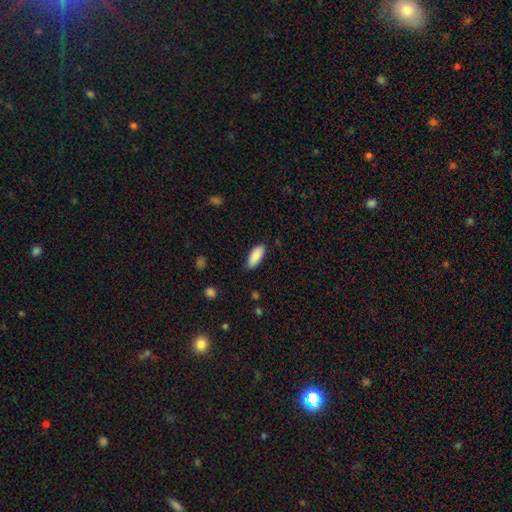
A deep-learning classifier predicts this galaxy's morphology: Smooth or featured?
  - smooth: 88% *
  - star or artifact: 6%
  - featured or disk: 6%
How rounded?
  - in between: 86% *
  - cigar-shaped: 13%
  - round: 2%
Merging?
  - none: 85% *
  - minor disturbance: 11%
  - major disturbance: 2%
  - merger: 1%